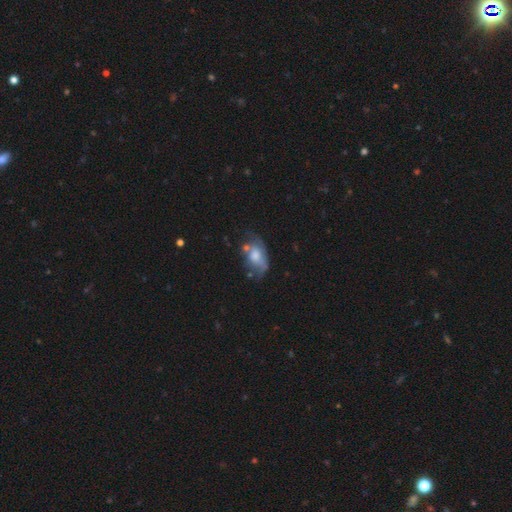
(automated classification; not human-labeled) smooth 50%, featured or disk 41%, star or artifact 9%. Down the decision tree: how rounded — in between (87%); merging — none (33%).